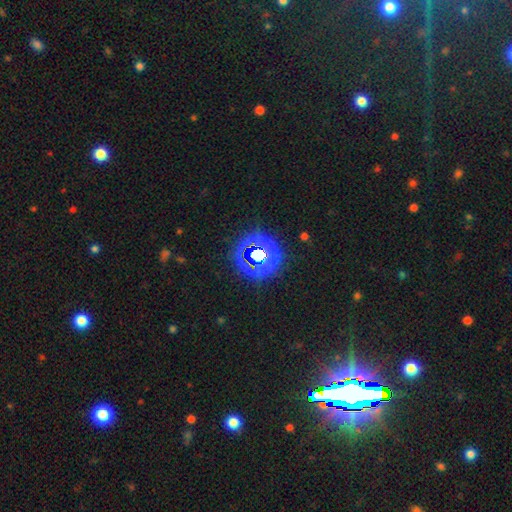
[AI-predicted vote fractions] The model was most divided on "smooth or featured": star or artifact: 75%, smooth: 16%, featured or disk: 9%.